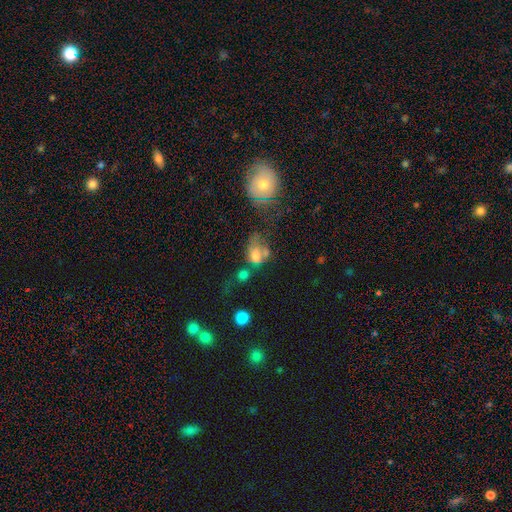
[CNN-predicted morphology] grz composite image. It shows a smooth galaxy with no disk features (61%) that is in between round and cigar-shaped (62%). Merging: merger (36%).